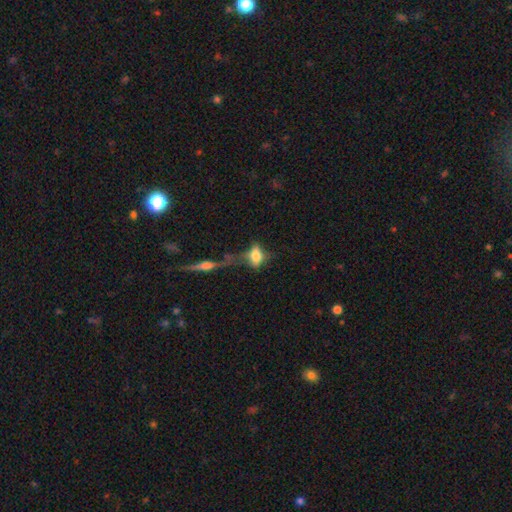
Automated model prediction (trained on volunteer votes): Smooth or featured? Predicted: smooth (p=0.55). How rounded? Predicted: in between (p=0.78). Merging? Predicted: merger (p=0.34).